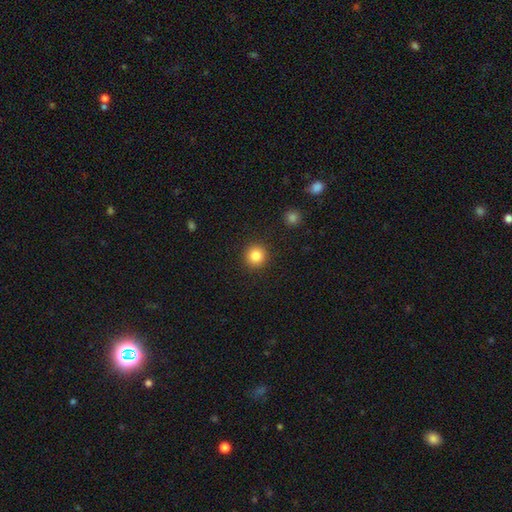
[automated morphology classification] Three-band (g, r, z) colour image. It shows a smooth galaxy with no disk features (84%) that is round (95%). Merging: none (91%).